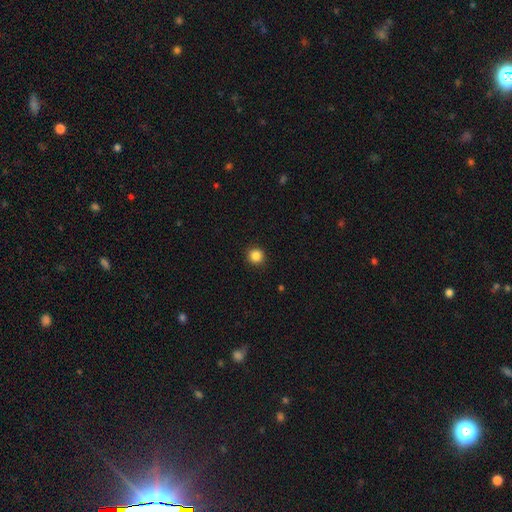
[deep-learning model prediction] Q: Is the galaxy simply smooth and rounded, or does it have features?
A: smooth — 86%.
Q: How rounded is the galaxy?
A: round — 95%.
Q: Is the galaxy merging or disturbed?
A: none — 93%.